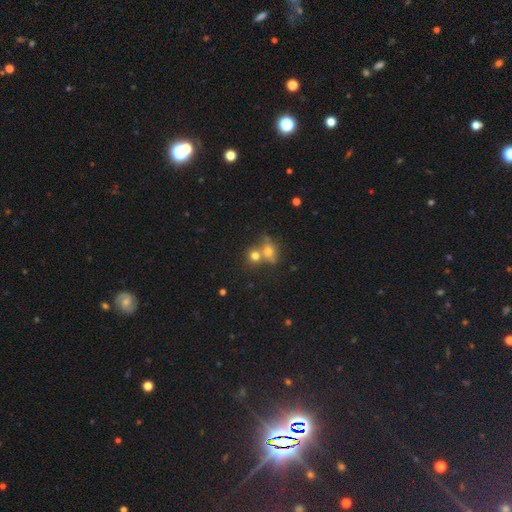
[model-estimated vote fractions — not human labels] Morphology: type=smooth (73%); roundness=round (68%); merging=merger (49%).